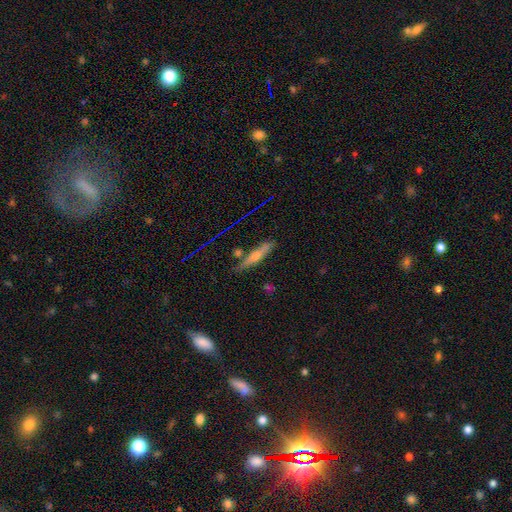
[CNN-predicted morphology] Smooth or featured? Predicted: smooth (p=0.48). Merging? Predicted: none (p=0.73).